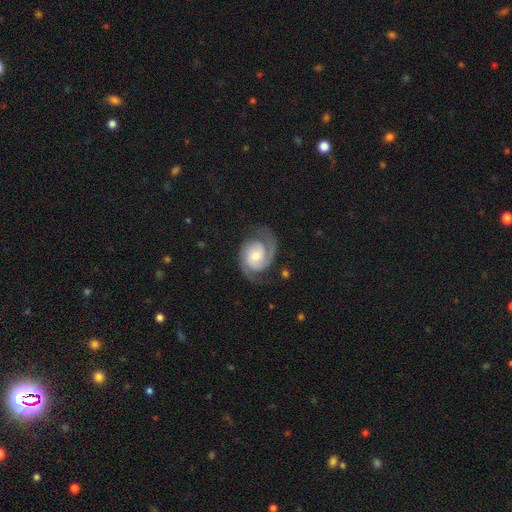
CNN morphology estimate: Smooth or featured?
  - featured or disk: 87% *
  - smooth: 8%
  - star or artifact: 5%
Edge-on disk?
  - no: 98% *
  - yes: 2%
Bar?
  - no: 65% *
  - weak: 28%
  - strong: 6%
Spiral arms?
  - yes: 97% *
  - no: 3%
Spiral winding?
  - tight: 47% *
  - medium: 42%
  - loose: 11%
Spiral arm count?
  - 2: 87% *
  - 1: 5%
  - can't tell: 4%
  - 3: 3%
  - 4: 1%
  - more than 4: 1%
Bulge size?
  - moderate: 54% *
  - small: 37%
  - large: 6%
  - none: 2%
  - dominant: 1%
Merging?
  - none: 73% *
  - minor disturbance: 17%
  - major disturbance: 9%
  - merger: 1%